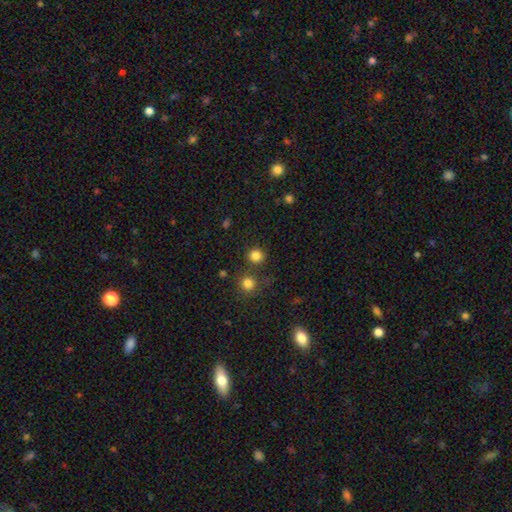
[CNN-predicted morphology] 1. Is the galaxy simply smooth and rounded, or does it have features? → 81% smooth, 14% star or artifact, 5% featured or disk.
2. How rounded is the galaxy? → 90% round, 9% in between, 1% cigar-shaped.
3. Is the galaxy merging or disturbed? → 76% none, 12% merger, 8% minor disturbance, 3% major disturbance.